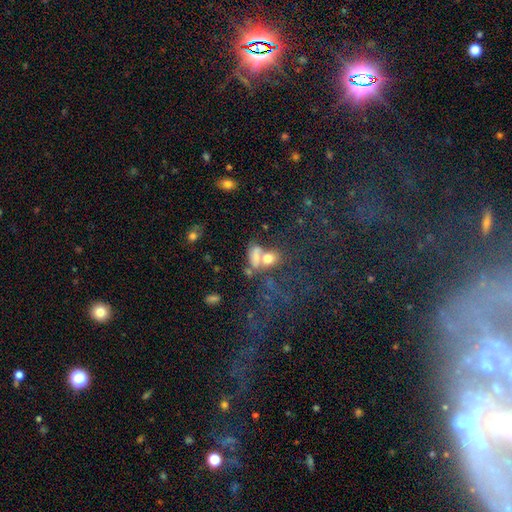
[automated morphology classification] Q: Smooth or featured?
A: smooth (64%); runner-up: featured or disk (20%)
Q: How rounded?
A: in between (78%); runner-up: round (15%)
Q: Merging?
A: merger (51%); runner-up: none (26%)